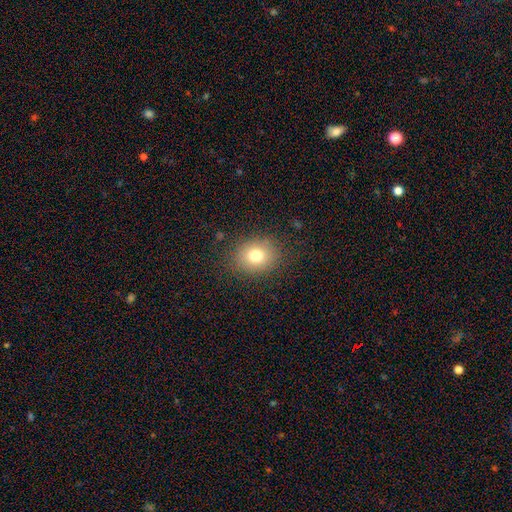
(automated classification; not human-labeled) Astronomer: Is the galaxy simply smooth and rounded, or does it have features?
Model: smooth — 75%.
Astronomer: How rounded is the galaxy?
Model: round — 63%.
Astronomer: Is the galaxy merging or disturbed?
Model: none — 85%.